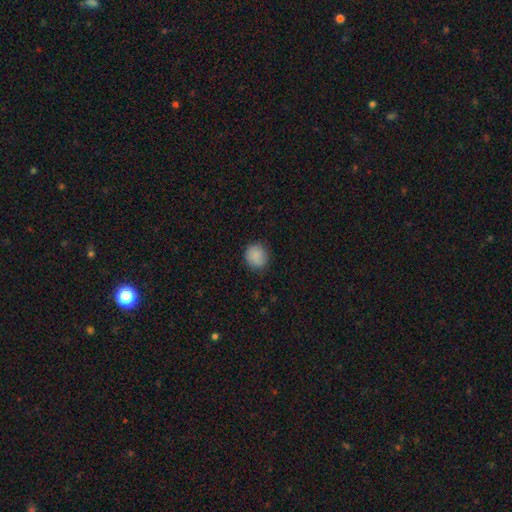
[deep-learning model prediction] smooth-or-featured: smooth: 86% | star or artifact: 8% | featured or disk: 6%
  how-rounded: round: 87% | in between: 12% | cigar-shaped: 1%
  merging: none: 83% | minor disturbance: 13% | major disturbance: 3% | merger: 1%